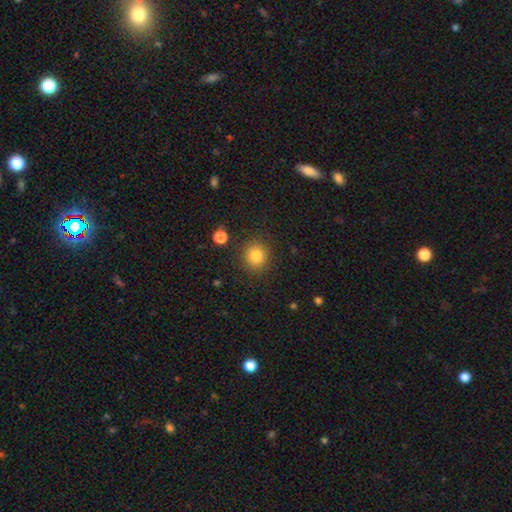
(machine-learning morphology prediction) Q: Smooth or featured?
A: smooth (82%); runner-up: star or artifact (12%)
Q: How rounded?
A: round (87%); runner-up: in between (12%)
Q: Merging?
A: none (87%); runner-up: minor disturbance (8%)